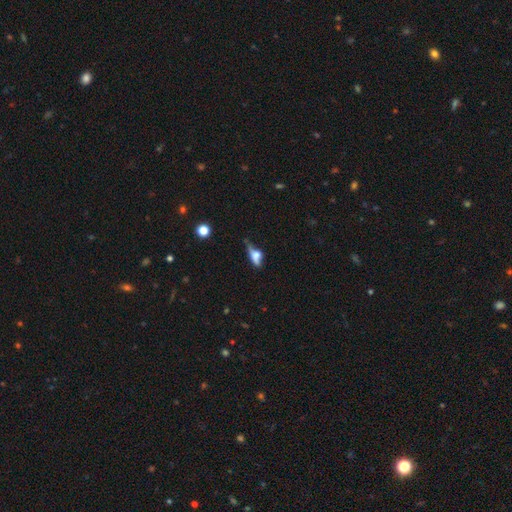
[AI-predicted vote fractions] This is marginally a smooth galaxy (45%). Merging: marginally none (38%).